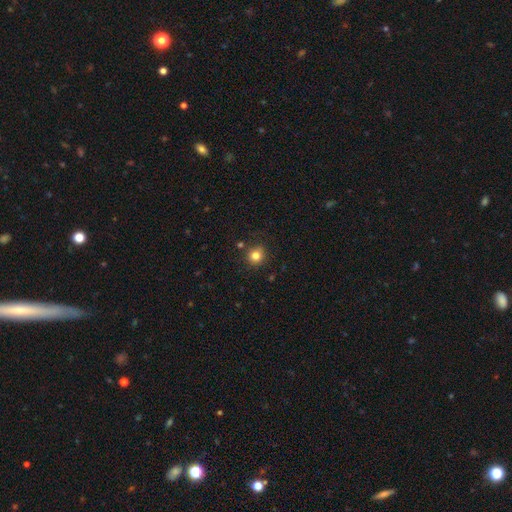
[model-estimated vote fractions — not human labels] This appears to be a smooth galaxy with no disk features (81%) that is round (91%). Merging: none (84%).